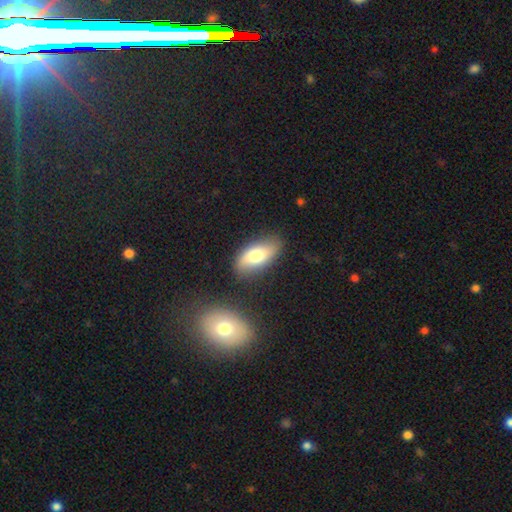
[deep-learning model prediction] A smooth galaxy with no disk features (72%) that is in between round and cigar-shaped (89%).

Vote fractions:
- Smooth or featured? smooth: 72% / featured or disk: 21% / star or artifact: 8%
- How rounded? in between: 89% / cigar-shaped: 7% / round: 4%
- Merging? none: 79% / minor disturbance: 14% / major disturbance: 4% / merger: 3%